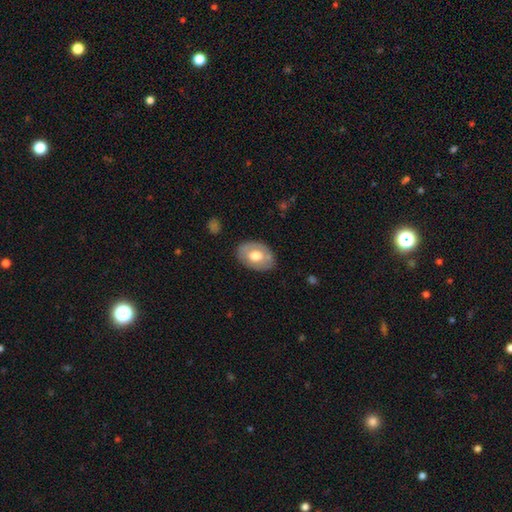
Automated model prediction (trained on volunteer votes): Smooth or featured?
  - smooth: 56% *
  - featured or disk: 38%
  - star or artifact: 6%
How rounded?
  - in between: 80% *
  - round: 19%
  - cigar-shaped: 1%
Merging?
  - none: 79% *
  - minor disturbance: 16%
  - major disturbance: 4%
  - merger: 1%